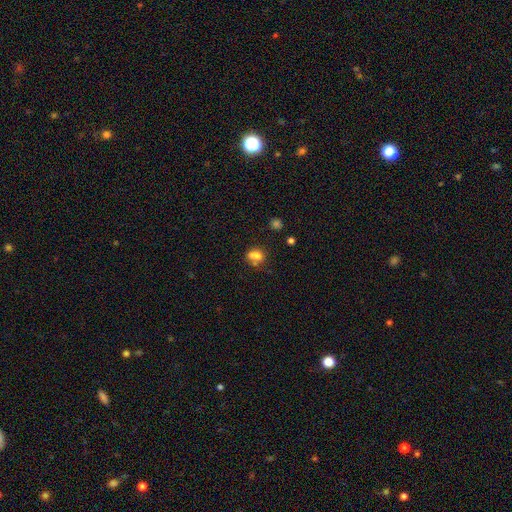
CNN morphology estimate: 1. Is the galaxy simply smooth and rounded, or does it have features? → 71% smooth, 15% star or artifact, 14% featured or disk.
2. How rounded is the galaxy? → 51% in between, 46% round, 3% cigar-shaped.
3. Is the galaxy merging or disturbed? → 43% none, 35% merger, 15% minor disturbance, 7% major disturbance.